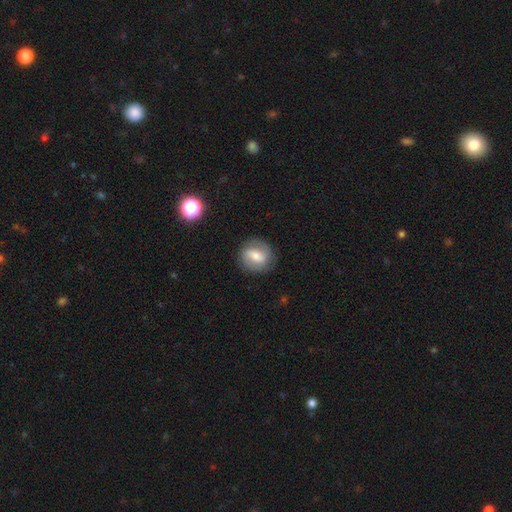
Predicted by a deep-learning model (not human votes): Smooth or featured?
  - featured or disk: 53% *
  - smooth: 39%
  - star or artifact: 7%
Edge-on disk?
  - no: 96% *
  - yes: 4%
Bar?
  - weak: 44% *
  - strong: 33%
  - no: 23%
Spiral arms?
  - yes: 76% *
  - no: 24%
Bulge size?
  - moderate: 57% *
  - small: 31%
  - large: 8%
  - none: 2%
  - dominant: 1%
Merging?
  - none: 84% *
  - minor disturbance: 10%
  - major disturbance: 4%
  - merger: 1%